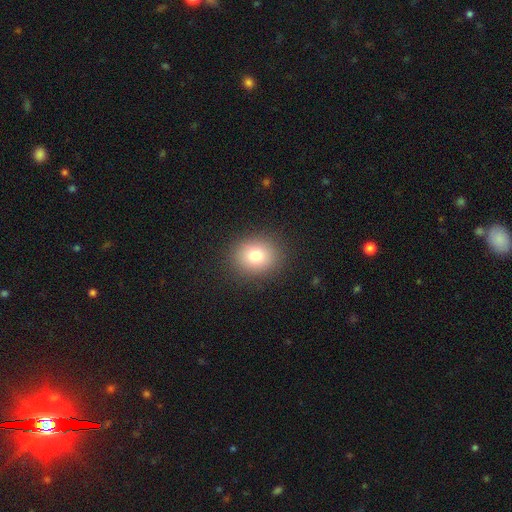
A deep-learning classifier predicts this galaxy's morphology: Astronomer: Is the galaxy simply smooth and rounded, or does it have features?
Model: smooth — 78%.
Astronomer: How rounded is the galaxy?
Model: round — 68%.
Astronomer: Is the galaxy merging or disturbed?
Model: none — 89%.